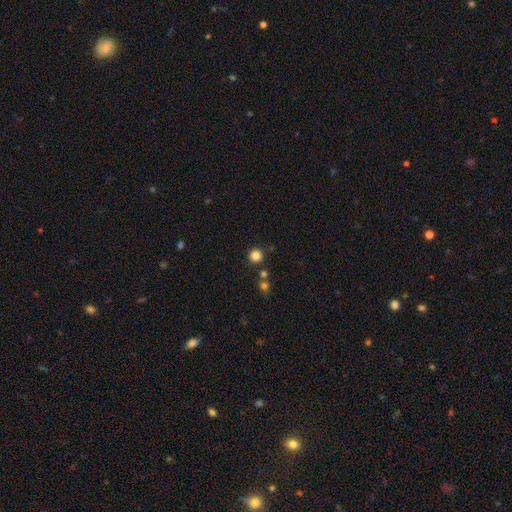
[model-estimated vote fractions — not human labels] Smooth or featured? Predicted: smooth (p=0.83). How rounded? Predicted: round (p=0.95). Merging? Predicted: none (p=0.85).